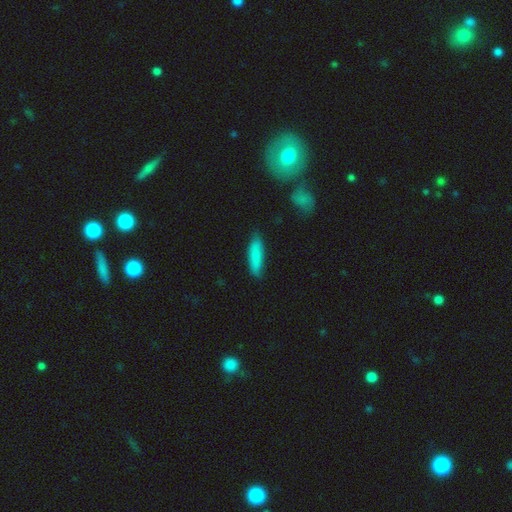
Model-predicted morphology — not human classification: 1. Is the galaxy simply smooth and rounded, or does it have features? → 82% smooth, 12% featured or disk, 6% star or artifact.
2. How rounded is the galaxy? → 61% cigar-shaped, 37% in between, 2% round.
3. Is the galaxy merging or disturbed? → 80% none, 16% minor disturbance, 3% major disturbance, 2% merger.